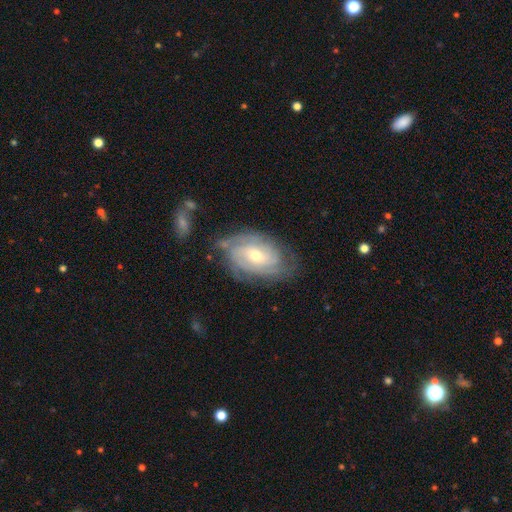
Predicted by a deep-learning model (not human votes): Overall: featured or disk (82%). Edge-on disk: no (95%). Bar: no (50%; weak 39%). Spiral arms: yes (94%). Spiral arm count: can't tell (34%; 3 23%). Spiral winding: tight (68%). Bulge size: moderate (51%; small 45%). Merging: none (70%).